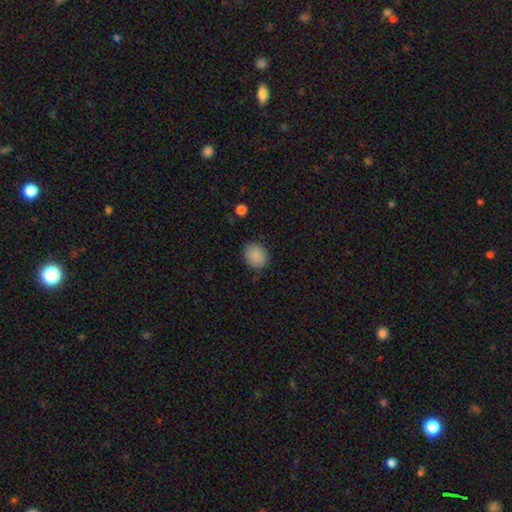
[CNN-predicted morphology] This appears to be a smooth galaxy with no disk features (88%) that is round (60%). Merging: none (84%).